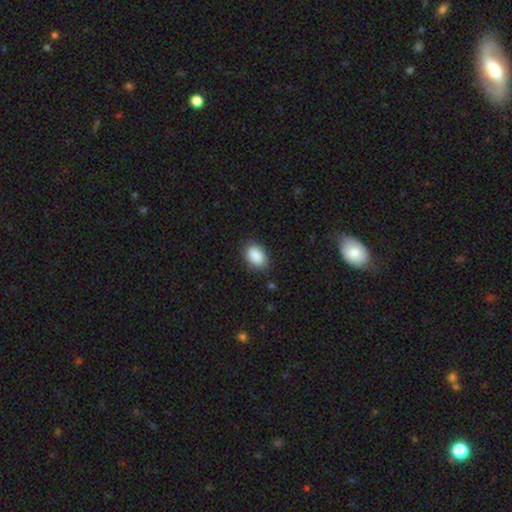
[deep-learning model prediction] Q: Smooth or featured?
A: smooth (90%); runner-up: star or artifact (7%)
Q: How rounded?
A: in between (87%); runner-up: round (12%)
Q: Merging?
A: none (85%); runner-up: minor disturbance (12%)